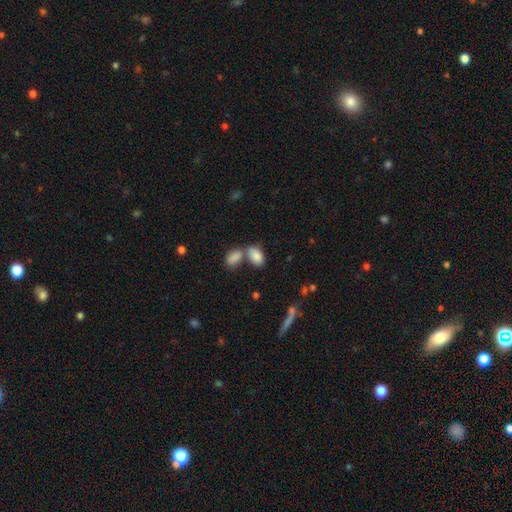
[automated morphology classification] smooth_or_featured: smooth (p=0.86) [alt: star or artifact p=0.07]
how_rounded: in between (p=0.93) [alt: round p=0.05]
merging: merger (p=0.45) [alt: none p=0.41]